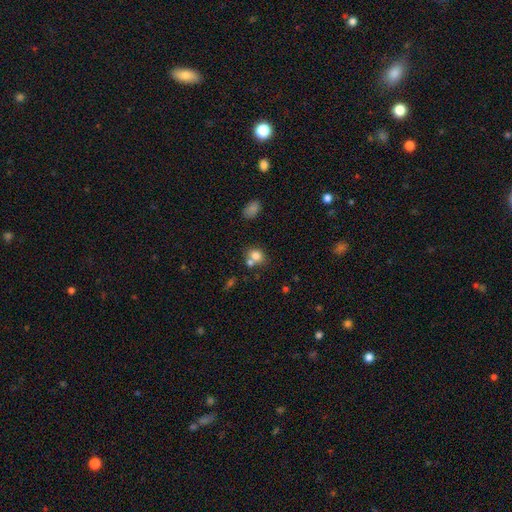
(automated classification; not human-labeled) This appears to be a smooth galaxy with no disk features (77%) that is round (59%). Merging: none (46%).